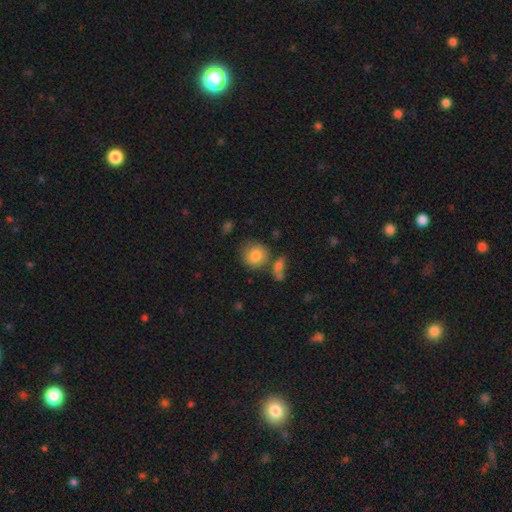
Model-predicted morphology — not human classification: This is clearly a smooth galaxy (82%). How rounded: clearly round (87%). Merging: likely none (67%).